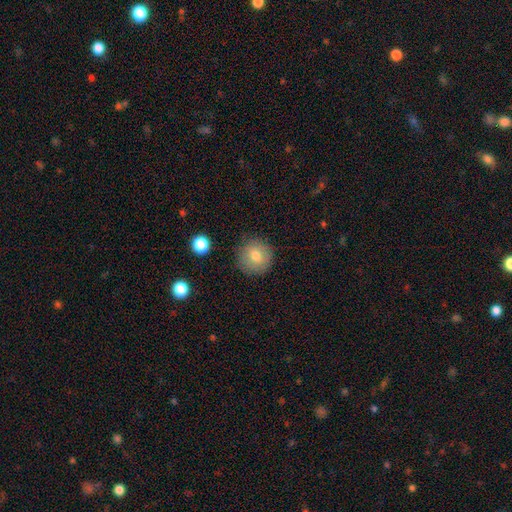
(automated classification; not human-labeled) smooth_or_featured: smooth (p=0.77) [alt: featured or disk p=0.13]
how_rounded: round (p=0.94) [alt: in between p=0.05]
merging: none (p=0.86) [alt: minor disturbance p=0.10]